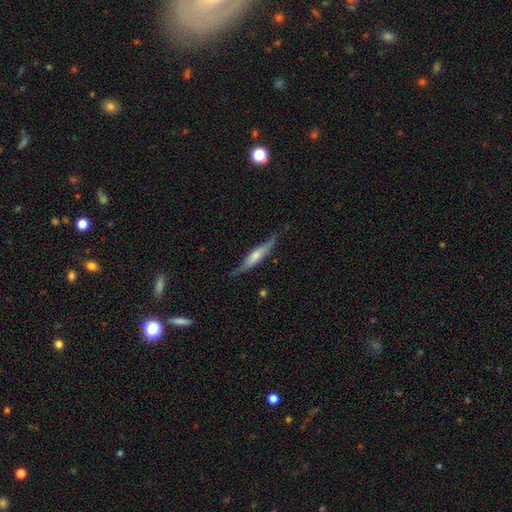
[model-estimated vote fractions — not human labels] Smooth or featured?
  - smooth: 48% *
  - featured or disk: 47%
  - star or artifact: 5%
Merging?
  - none: 72% *
  - minor disturbance: 22%
  - major disturbance: 4%
  - merger: 2%